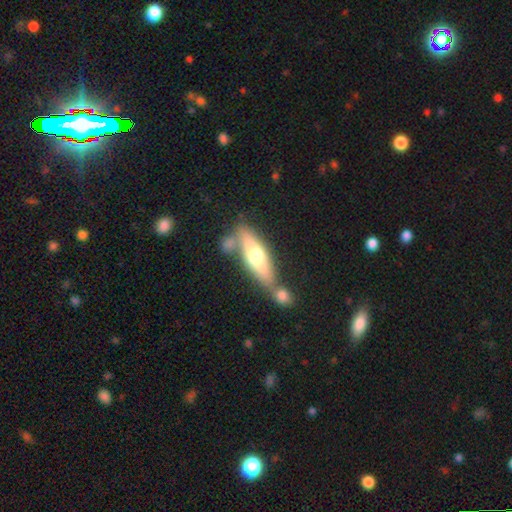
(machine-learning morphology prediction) Smooth or featured? Predicted: smooth (p=0.53). How rounded? Predicted: cigar-shaped (p=0.55). Merging? Predicted: none (p=0.47).